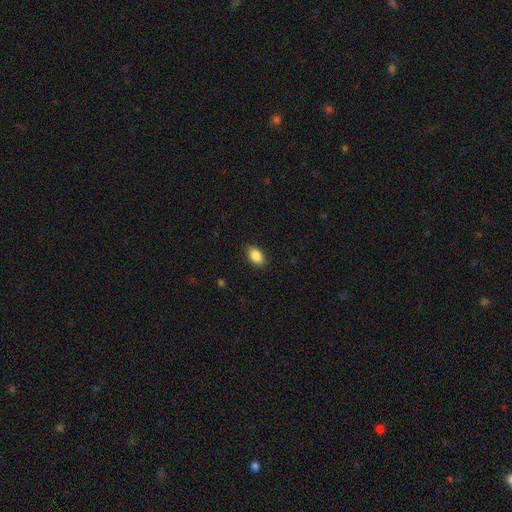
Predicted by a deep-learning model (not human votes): The model was most divided on "merging": none: 88%, minor disturbance: 9%, major disturbance: 2%, merger: 1%. More confident: how rounded — in between (90%); smooth or featured — smooth (88%).